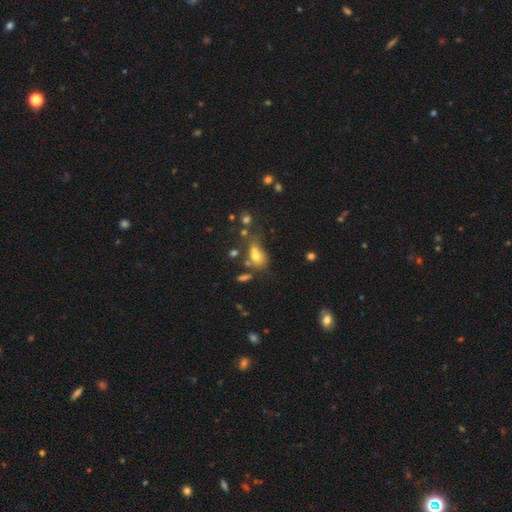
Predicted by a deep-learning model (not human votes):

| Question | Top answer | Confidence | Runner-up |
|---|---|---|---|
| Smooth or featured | smooth | 69% | featured or disk (17%) |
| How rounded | in between | 72% | round (24%) |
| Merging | none | 35% | merger (30%) |